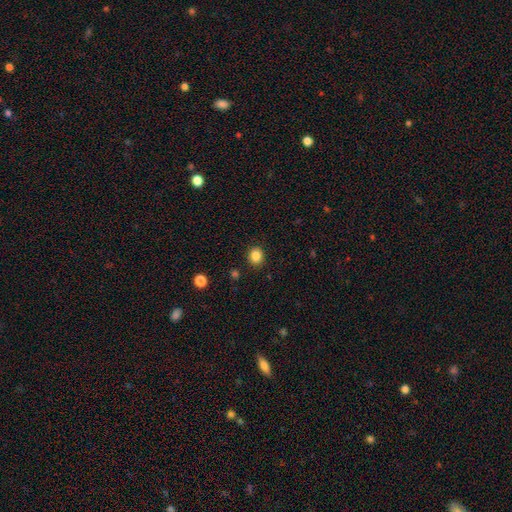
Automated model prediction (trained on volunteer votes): smooth_or_featured: smooth (p=0.85) [alt: star or artifact p=0.11]
how_rounded: round (p=0.79) [alt: in between p=0.20]
merging: none (p=0.90) [alt: minor disturbance p=0.07]